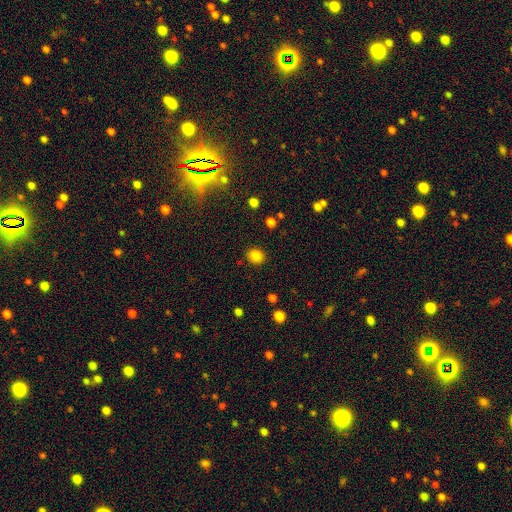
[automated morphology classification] smooth_or_featured: smooth (p=0.84) [alt: star or artifact p=0.12]
how_rounded: round (p=0.67) [alt: in between p=0.32]
merging: none (p=0.88) [alt: minor disturbance p=0.07]